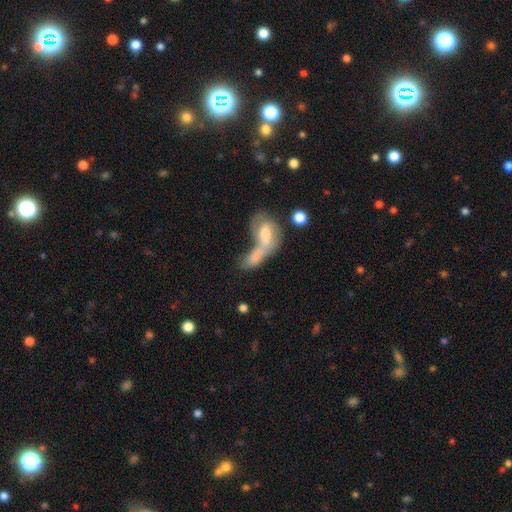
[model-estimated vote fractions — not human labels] A smooth galaxy with no disk features (65%) that is in between round and cigar-shaped (75%). Merging: merger (72%).